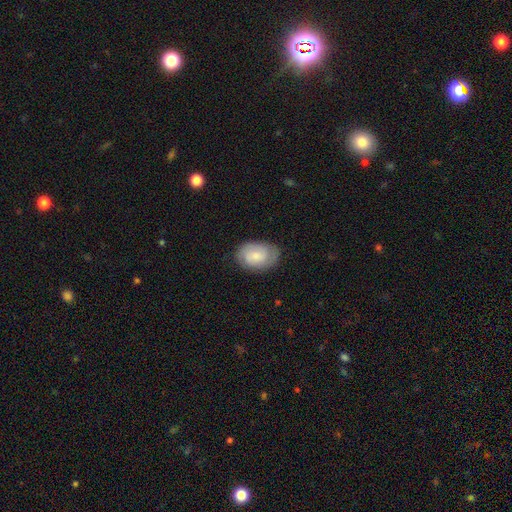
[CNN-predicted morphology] smooth_or_featured: smooth (p=0.55) [alt: featured or disk p=0.38]
how_rounded: in between (p=0.82) [alt: round p=0.16]
merging: none (p=0.77) [alt: minor disturbance p=0.17]